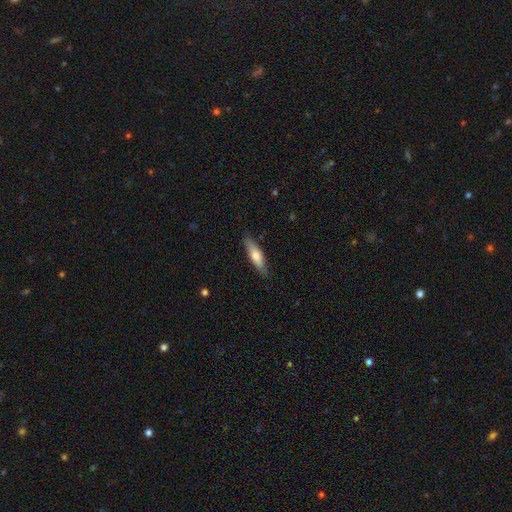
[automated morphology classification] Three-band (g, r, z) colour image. It shows a smooth galaxy with no disk features (64%) that is cigar-shaped (67%). Merging: none (86%).